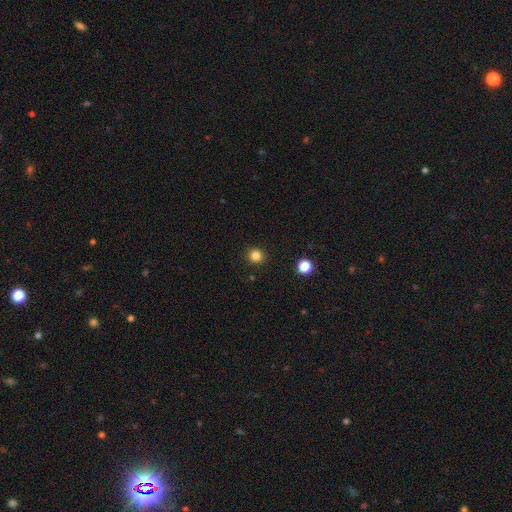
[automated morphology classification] A smooth galaxy with no disk features (83%) that is round (92%).

Vote fractions:
- Smooth or featured? smooth: 83% / star or artifact: 13% / featured or disk: 4%
- How rounded? round: 92% / in between: 7% / cigar-shaped: 1%
- Merging? none: 92% / minor disturbance: 5% / major disturbance: 2% / merger: 1%